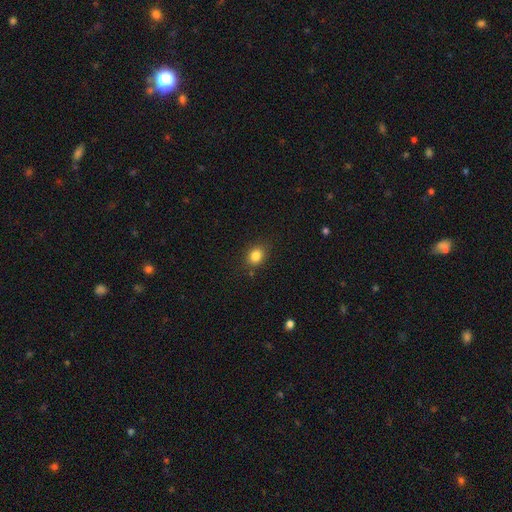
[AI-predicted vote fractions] Morphology: type=smooth (83%); roundness=round (56%); merging=none (82%).